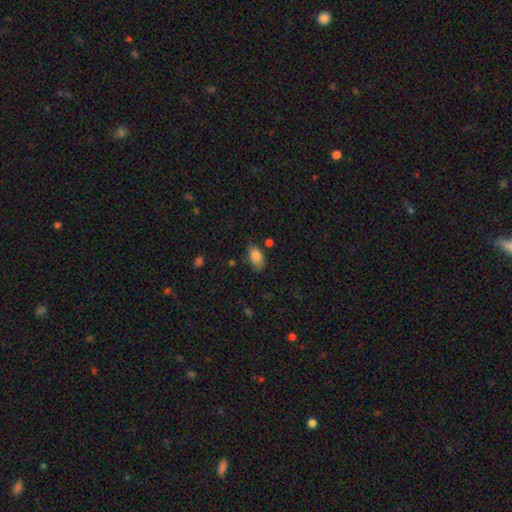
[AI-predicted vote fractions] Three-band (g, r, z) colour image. It shows a smooth galaxy with no disk features (84%) that is in between round and cigar-shaped (91%). Merging: none (67%).